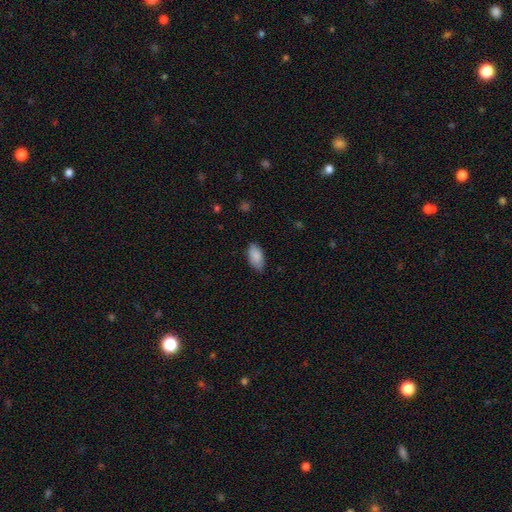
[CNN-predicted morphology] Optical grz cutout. It shows a smooth galaxy with no disk features (88%) that is in between round and cigar-shaped (93%). Merging: none (82%).